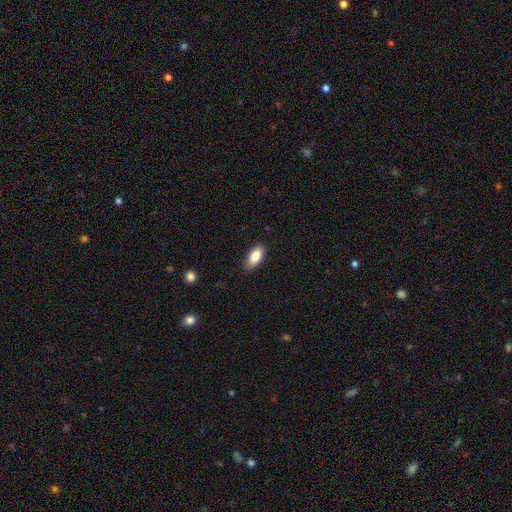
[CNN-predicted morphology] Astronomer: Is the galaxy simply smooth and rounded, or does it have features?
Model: smooth — 85%.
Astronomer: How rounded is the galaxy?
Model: in between — 89%.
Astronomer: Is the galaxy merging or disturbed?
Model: none — 81%.